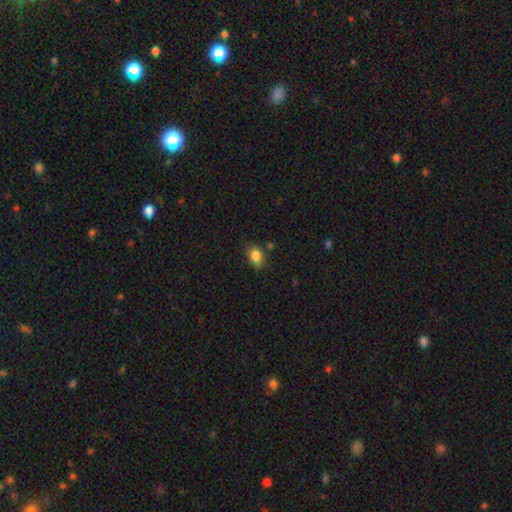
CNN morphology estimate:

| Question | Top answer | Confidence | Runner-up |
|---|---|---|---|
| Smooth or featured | smooth | 86% | star or artifact (9%) |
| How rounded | in between | 71% | round (27%) |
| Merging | none | 77% | minor disturbance (16%) |